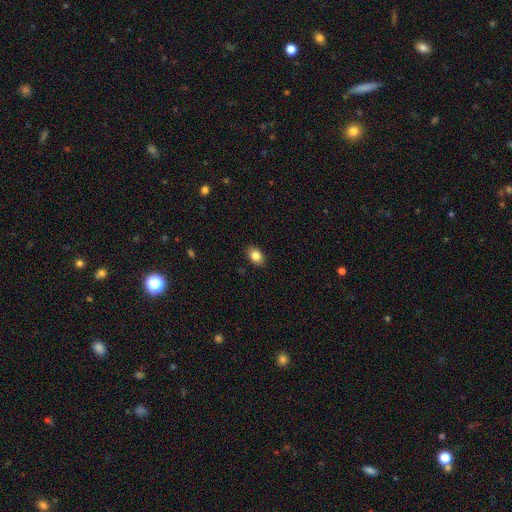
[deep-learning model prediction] smooth_or_featured: smooth (p=0.84) [alt: star or artifact p=0.09]
how_rounded: in between (p=0.79) [alt: round p=0.20]
merging: none (p=0.87) [alt: minor disturbance p=0.10]